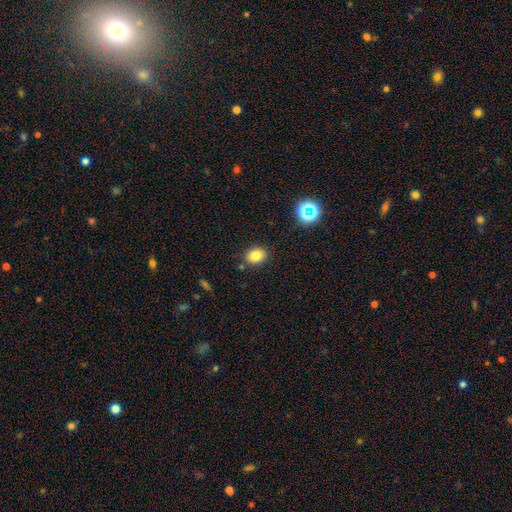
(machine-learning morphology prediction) smooth_or_featured: smooth (p=0.81) [alt: star or artifact p=0.12]
how_rounded: in between (p=0.54) [alt: round p=0.45]
merging: none (p=0.84) [alt: minor disturbance p=0.10]